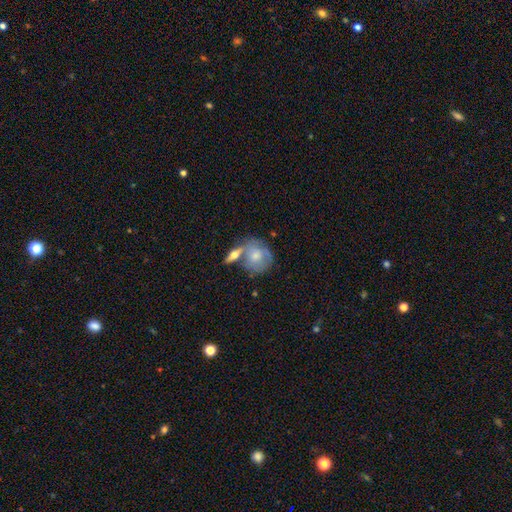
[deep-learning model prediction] A smooth galaxy with no disk features (54%) that is round (76%).

Vote fractions:
- Smooth or featured? smooth: 54% / featured or disk: 39% / star or artifact: 6%
- How rounded? round: 76% / in between: 22% / cigar-shaped: 2%
- Merging? none: 43% / merger: 33% / minor disturbance: 17% / major disturbance: 6%